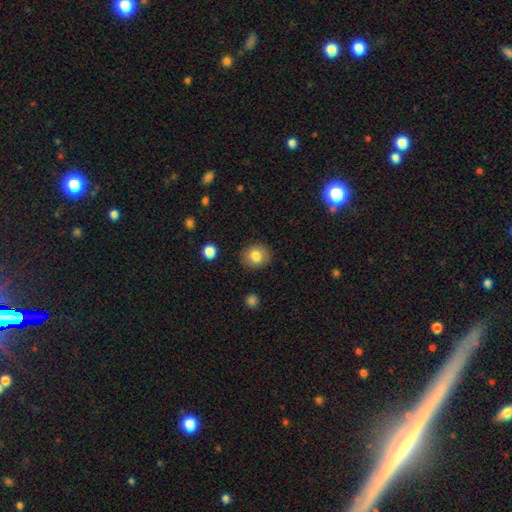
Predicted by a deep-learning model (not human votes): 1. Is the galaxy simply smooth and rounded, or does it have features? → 82% smooth, 9% featured or disk, 9% star or artifact.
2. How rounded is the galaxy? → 77% round, 22% in between, 1% cigar-shaped.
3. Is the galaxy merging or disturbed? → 88% none, 8% minor disturbance, 2% major disturbance, 1% merger.